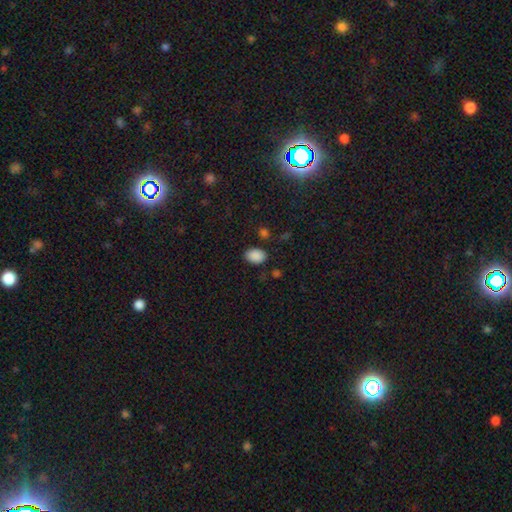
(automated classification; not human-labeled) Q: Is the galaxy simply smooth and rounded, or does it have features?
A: smooth — 88%.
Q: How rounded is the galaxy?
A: in between — 80%.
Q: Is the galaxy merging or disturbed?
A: none — 83%.